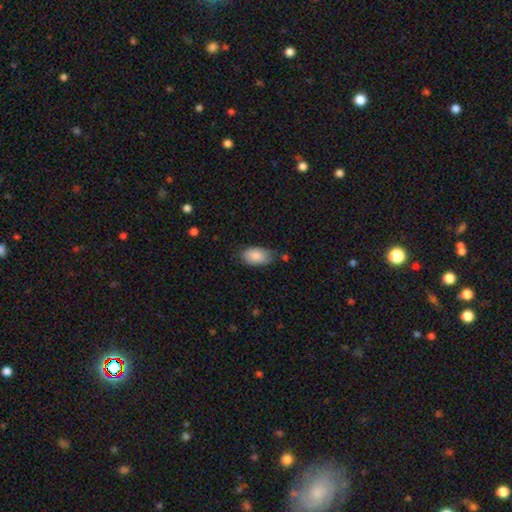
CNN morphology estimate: Smooth or featured? smooth (86%)
How rounded? in between (94%)
Merging? none (70%)